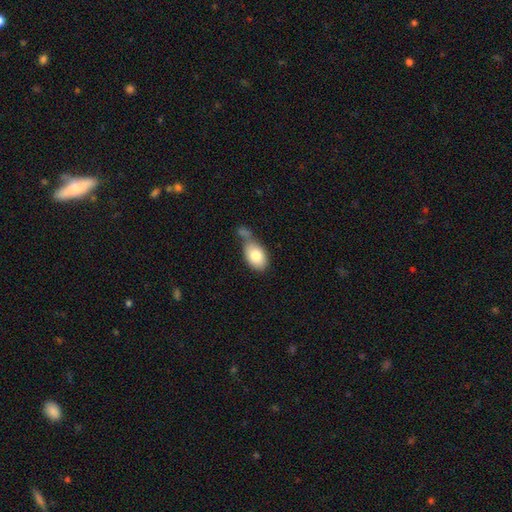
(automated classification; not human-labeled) This appears to be a smooth galaxy with no disk features (78%) that is in between round and cigar-shaped (85%). Merging: none (36%).